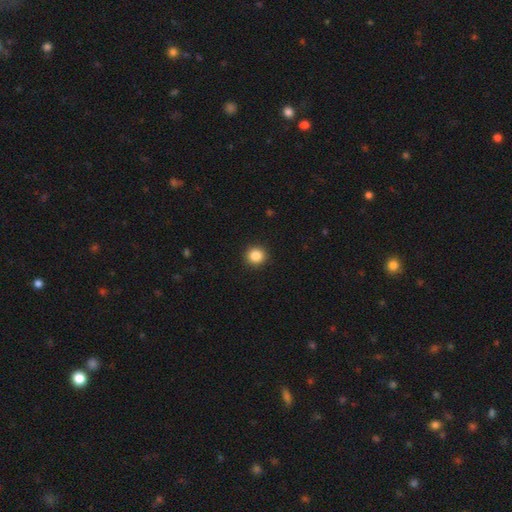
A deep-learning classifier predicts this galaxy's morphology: This appears to be a smooth galaxy with no disk features (86%) that is round (93%). Merging: none (93%).